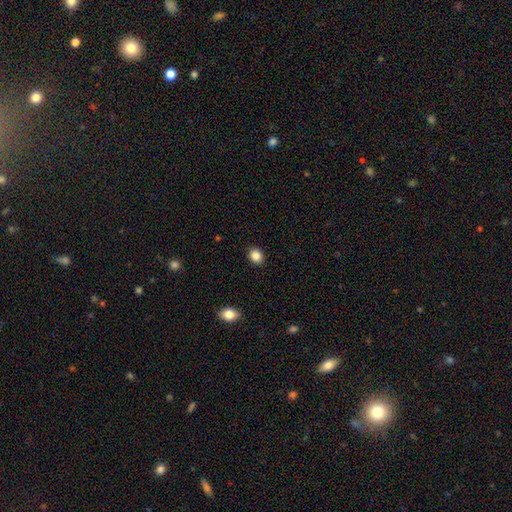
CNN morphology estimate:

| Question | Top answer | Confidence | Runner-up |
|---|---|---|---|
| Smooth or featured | smooth | 86% | star or artifact (10%) |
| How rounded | round | 63% | in between (36%) |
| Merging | none | 91% | minor disturbance (6%) |